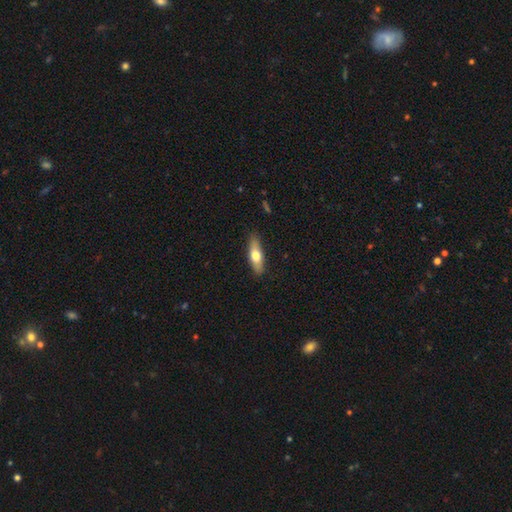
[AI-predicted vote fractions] Overall: smooth (61%; featured or disk 34%). How rounded: in between (49%; cigar-shaped 48%). Merging: none (86%).